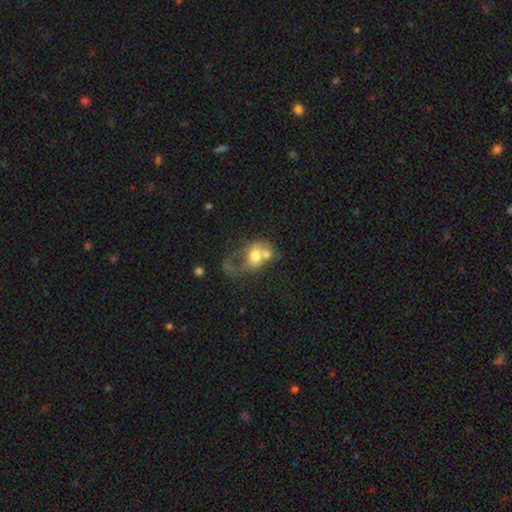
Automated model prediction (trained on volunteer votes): A smooth galaxy with no disk features (60%) that is in between round and cigar-shaped (53%).

Vote fractions:
- Smooth or featured? smooth: 60% / featured or disk: 30% / star or artifact: 10%
- How rounded? in between: 53% / round: 46% / cigar-shaped: 1%
- Merging? merger: 47% / major disturbance: 24% / none: 17% / minor disturbance: 12%